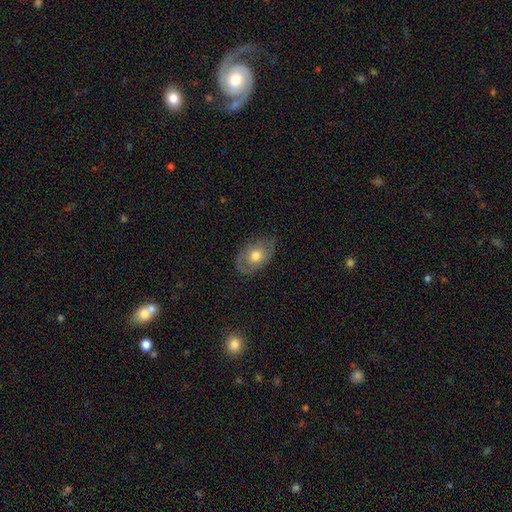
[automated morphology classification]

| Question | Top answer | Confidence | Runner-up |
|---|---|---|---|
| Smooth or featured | smooth | 58% | featured or disk (35%) |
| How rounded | in between | 81% | round (17%) |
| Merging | none | 66% | minor disturbance (25%) |